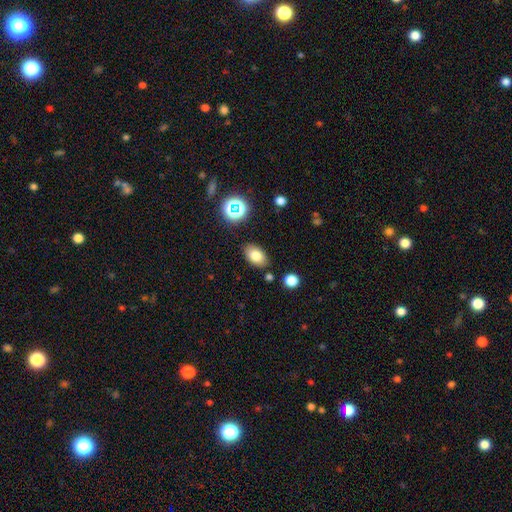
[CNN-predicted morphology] Smooth or featured? Predicted: smooth (p=0.78). How rounded? Predicted: in between (p=0.88). Merging? Predicted: none (p=0.83).